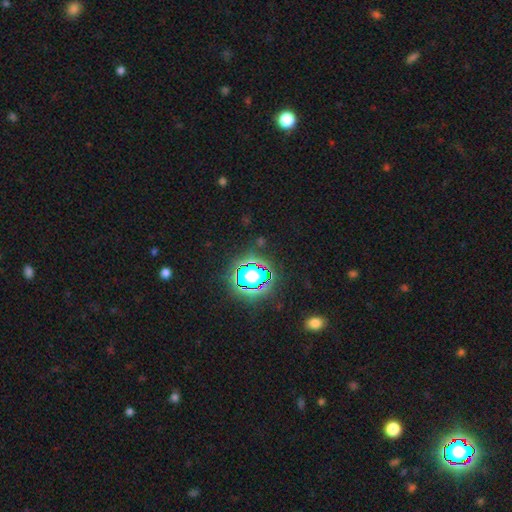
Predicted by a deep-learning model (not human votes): Overall: star or artifact (81%).